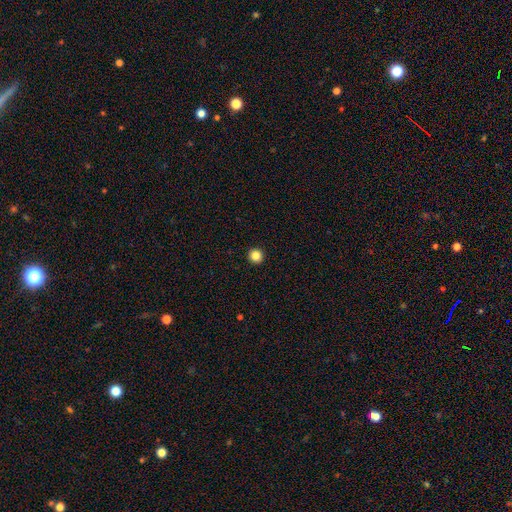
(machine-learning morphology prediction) type=smooth (85%); roundness=round (96%); merging=none (94%).